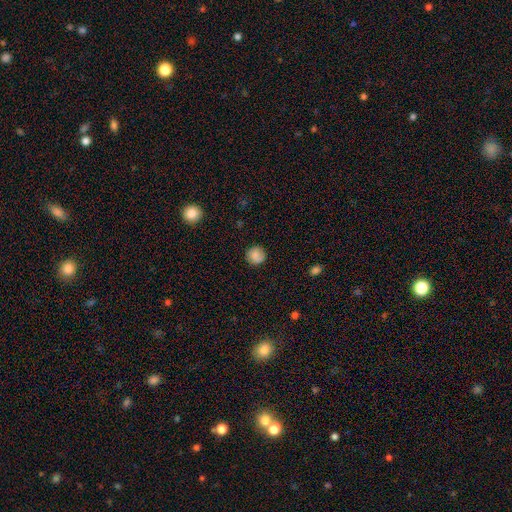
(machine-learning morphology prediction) smooth_or_featured: smooth (p=0.82) [alt: featured or disk p=0.10]
how_rounded: round (p=0.92) [alt: in between p=0.07]
merging: none (p=0.86) [alt: minor disturbance p=0.10]